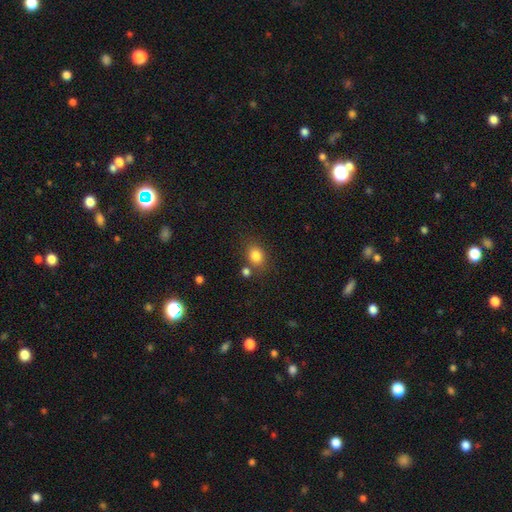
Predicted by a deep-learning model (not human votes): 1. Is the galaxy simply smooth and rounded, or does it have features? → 82% smooth, 11% star or artifact, 6% featured or disk.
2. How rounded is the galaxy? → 49% round (tied), 49% in between (tied), 1% cigar-shaped.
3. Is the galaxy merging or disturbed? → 71% none, 13% minor disturbance, 13% merger, 4% major disturbance.